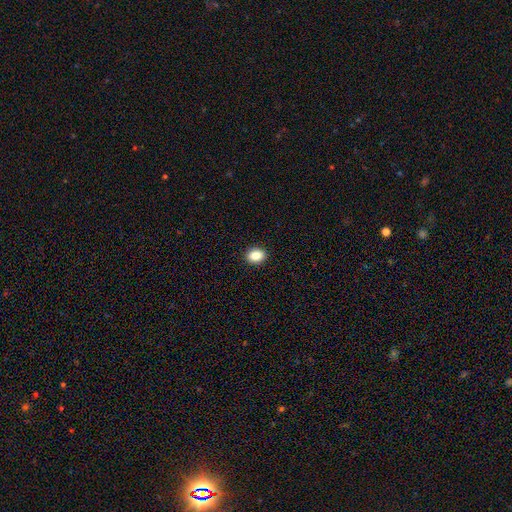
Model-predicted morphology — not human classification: smooth 87%, star or artifact 9%, featured or disk 4%. Down the decision tree: how rounded — in between (61%); merging — none (91%).